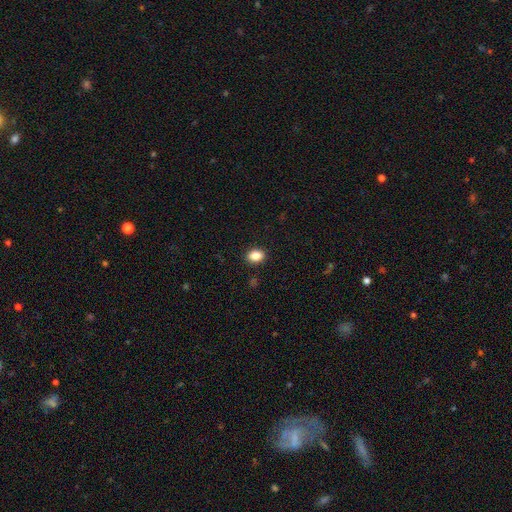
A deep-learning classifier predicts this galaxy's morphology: Overall: smooth (87%). How rounded: in between (73%). Merging: none (90%).